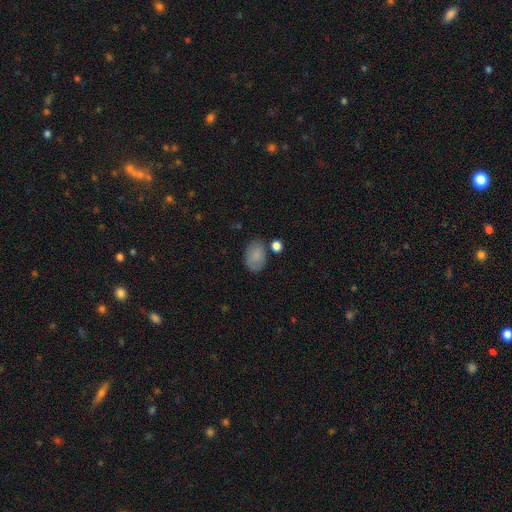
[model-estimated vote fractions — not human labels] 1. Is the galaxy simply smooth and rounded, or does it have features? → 84% smooth, 8% featured or disk, 8% star or artifact.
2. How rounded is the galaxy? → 84% in between, 15% round, 1% cigar-shaped.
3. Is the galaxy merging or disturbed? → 71% none, 17% minor disturbance, 7% merger, 5% major disturbance.